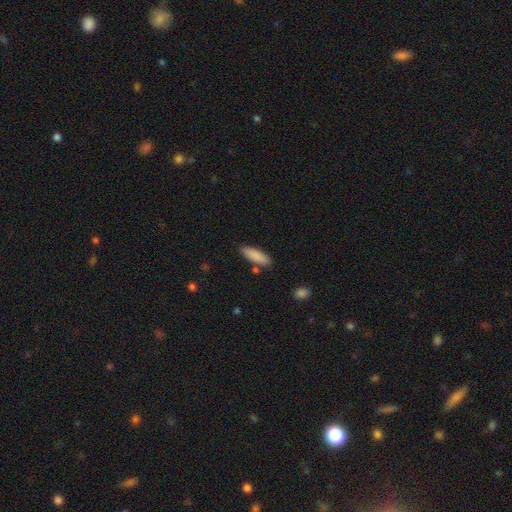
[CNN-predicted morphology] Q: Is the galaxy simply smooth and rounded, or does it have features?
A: smooth — 87%.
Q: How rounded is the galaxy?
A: in between — 50%.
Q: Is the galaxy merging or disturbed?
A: none — 82%.